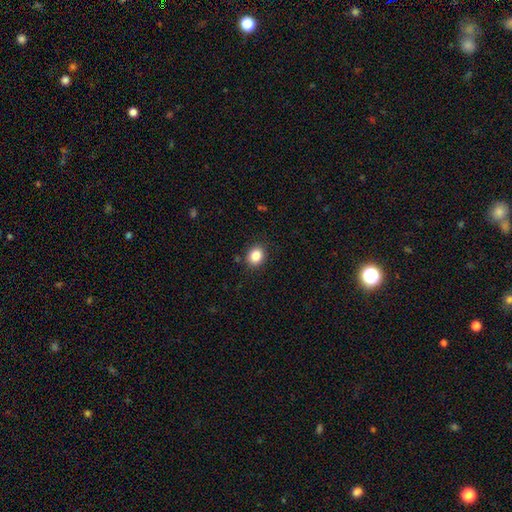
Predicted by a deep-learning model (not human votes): This appears to be a smooth galaxy with no disk features (85%) that is round (57%). Merging: none (87%).